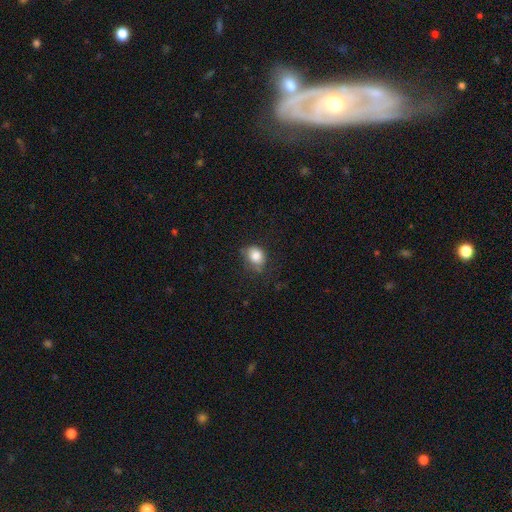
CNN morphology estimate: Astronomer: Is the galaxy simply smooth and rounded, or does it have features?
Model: smooth — 82%.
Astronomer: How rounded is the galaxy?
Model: round — 57% (runner-up: in between, 42%).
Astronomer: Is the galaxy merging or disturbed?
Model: none — 56%.